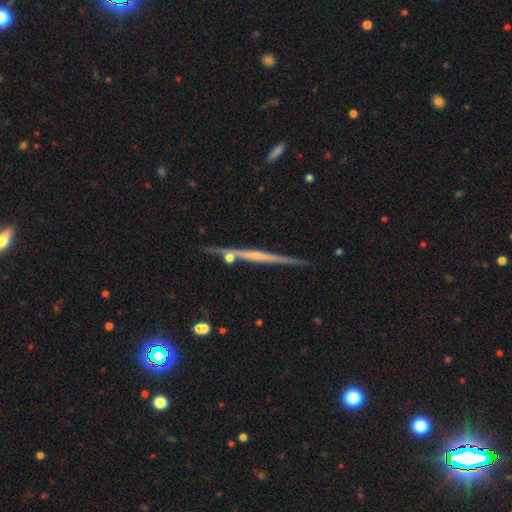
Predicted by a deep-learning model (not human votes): featured or disk 71%, smooth 23%, star or artifact 7%. Down the decision tree: edge-on disk — yes (97%); edge-on bulge — none (65%); merging — none (82%).